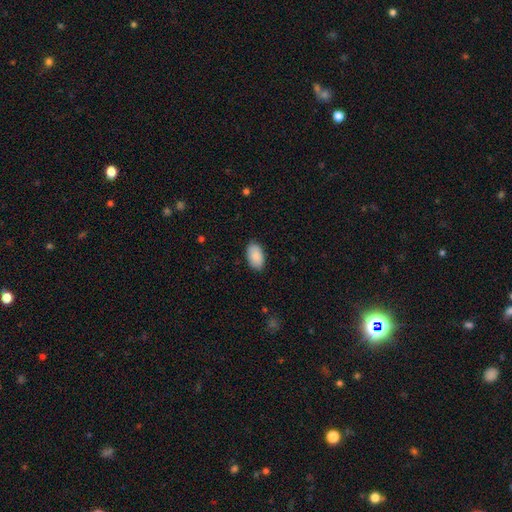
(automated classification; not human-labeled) Smooth or featured?
  - smooth: 89% *
  - star or artifact: 6%
  - featured or disk: 5%
How rounded?
  - in between: 95% *
  - round: 4%
  - cigar-shaped: 1%
Merging?
  - none: 87% *
  - minor disturbance: 10%
  - major disturbance: 2%
  - merger: 1%